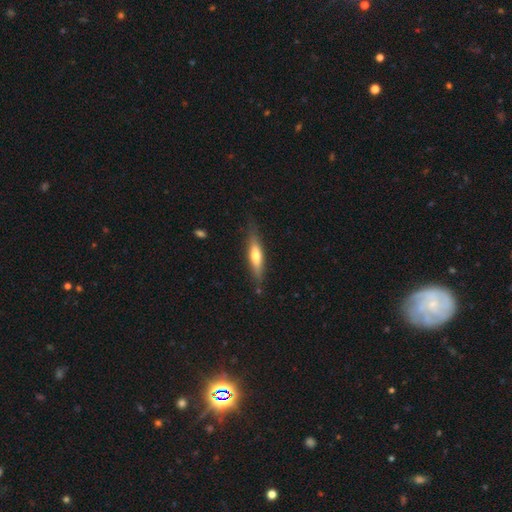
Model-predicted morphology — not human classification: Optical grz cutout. It shows a smooth galaxy with no disk features (55%) that is cigar-shaped (78%). Merging: none (78%).